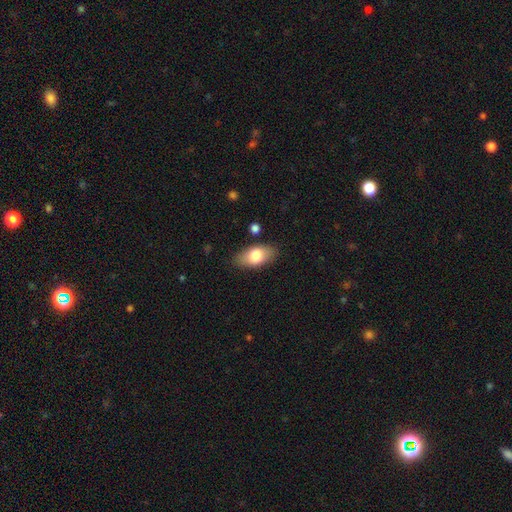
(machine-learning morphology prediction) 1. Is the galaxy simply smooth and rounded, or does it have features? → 75% smooth, 19% featured or disk, 7% star or artifact.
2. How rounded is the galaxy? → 90% in between, 5% cigar-shaped, 5% round.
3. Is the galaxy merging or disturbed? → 84% none, 12% minor disturbance, 3% major disturbance, 2% merger.